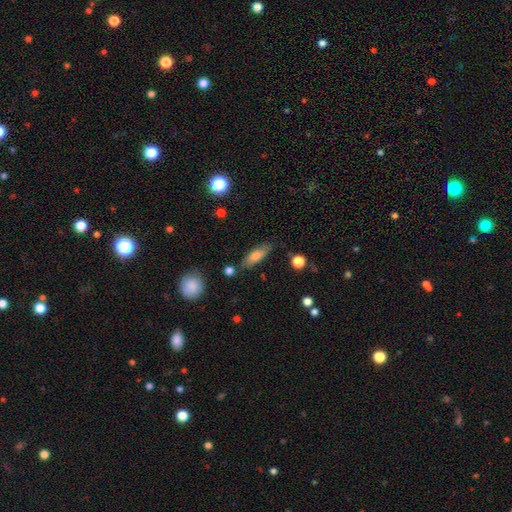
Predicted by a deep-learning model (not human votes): Smooth or featured: smooth — 73% (featured or disk — 20%)
How rounded: in between — 55% (cigar-shaped — 42%)
Merging: none — 79% (minor disturbance — 14%)